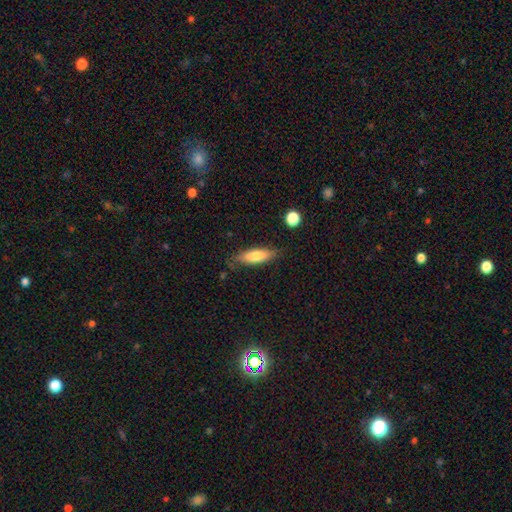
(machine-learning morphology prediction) The model was most divided on "how rounded": cigar-shaped: 54%, in between: 44%, round: 2%. More confident: merging — none (79%); smooth or featured — smooth (73%).